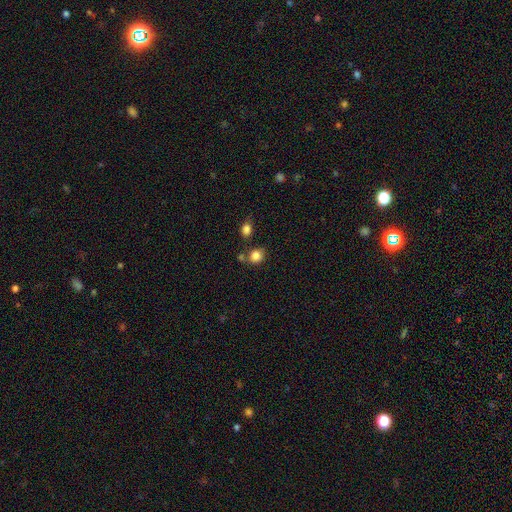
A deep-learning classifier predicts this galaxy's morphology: Smooth or featured? Predicted: smooth (p=0.84). How rounded? Predicted: round (p=0.74). Merging? Predicted: none (p=0.65).